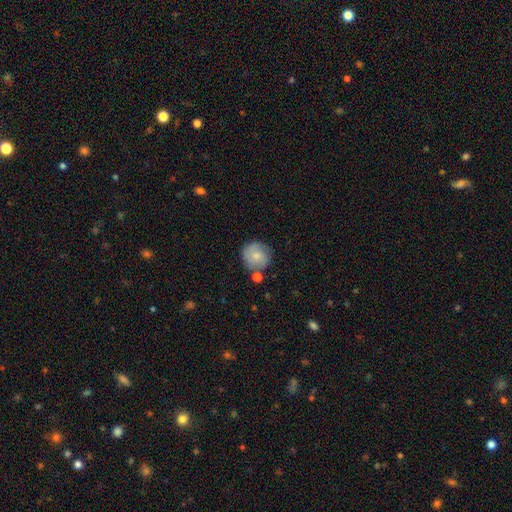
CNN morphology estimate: Smooth or featured?
  - smooth: 62% *
  - featured or disk: 30%
  - star or artifact: 7%
How rounded?
  - round: 92% *
  - in between: 7%
  - cigar-shaped: 1%
Merging?
  - none: 73% *
  - minor disturbance: 15%
  - merger: 8%
  - major disturbance: 4%